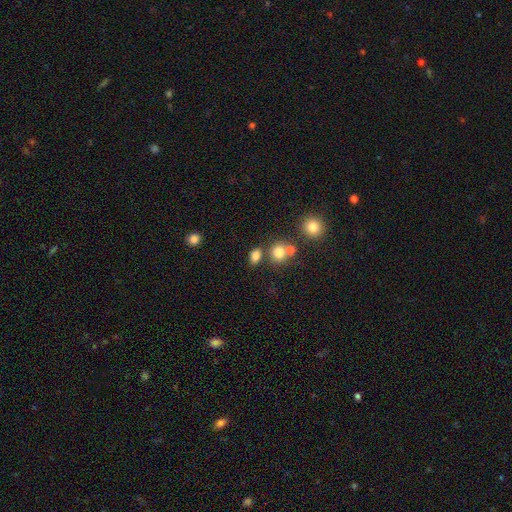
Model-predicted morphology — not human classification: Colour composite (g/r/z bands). It shows a smooth galaxy with no disk features (80%) that is in between round and cigar-shaped (58%). Merging: none (63%).